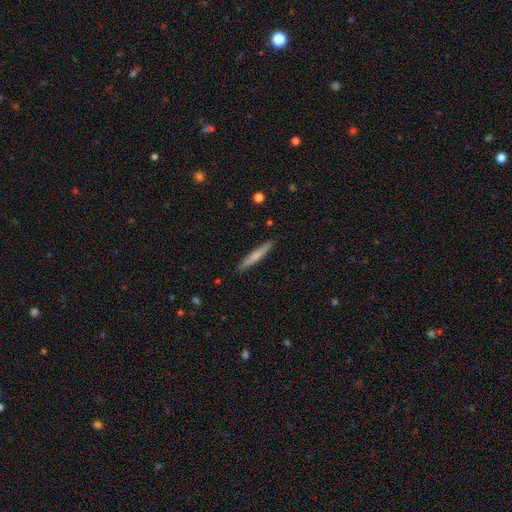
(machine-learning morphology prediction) This is possibly a smooth galaxy (59%). How rounded: clearly cigar-shaped (96%). Merging: clearly none (91%).